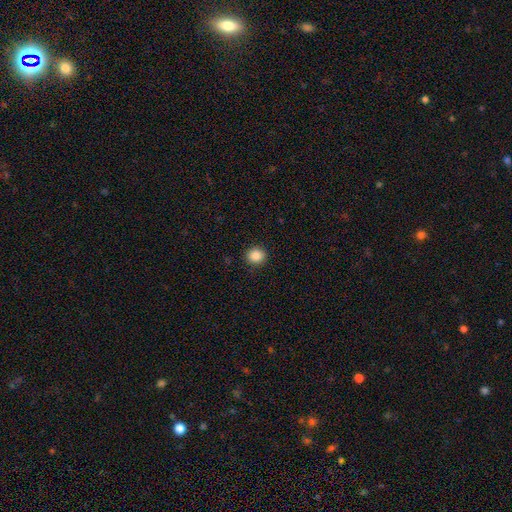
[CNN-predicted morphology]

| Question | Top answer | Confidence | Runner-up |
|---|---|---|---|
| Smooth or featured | smooth | 87% | star or artifact (10%) |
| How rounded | round | 85% | in between (14%) |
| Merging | none | 91% | minor disturbance (6%) |